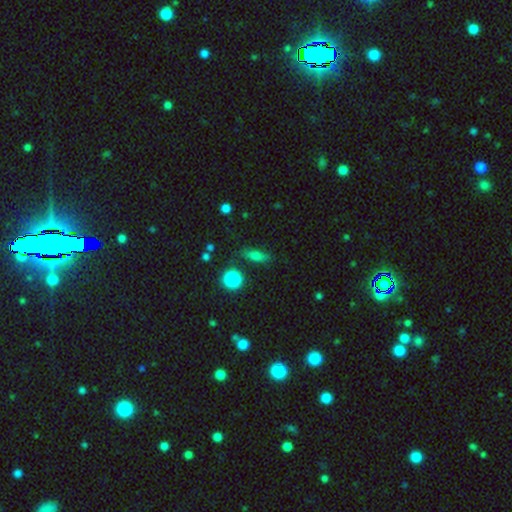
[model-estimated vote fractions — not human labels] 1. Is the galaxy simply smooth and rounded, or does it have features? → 70% smooth, 15% star or artifact, 15% featured or disk.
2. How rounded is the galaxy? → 47% in between, 43% cigar-shaped, 10% round.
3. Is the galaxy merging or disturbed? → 79% none, 14% minor disturbance, 4% major disturbance, 3% merger.